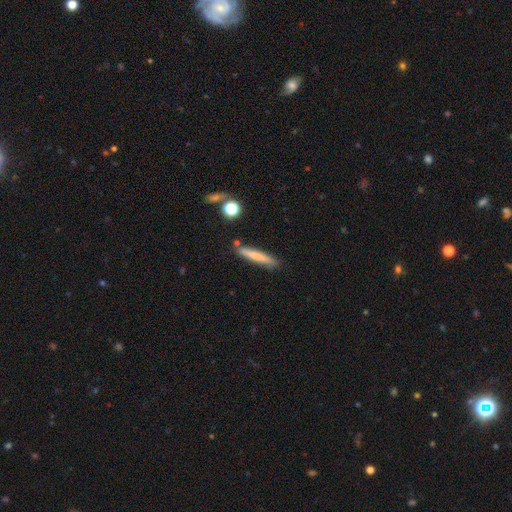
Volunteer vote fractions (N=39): Smooth or featured: smooth — 77% (featured or disk — 21%)
How rounded: cigar-shaped — 100%
Merging: none — 82% (minor disturbance — 16%)